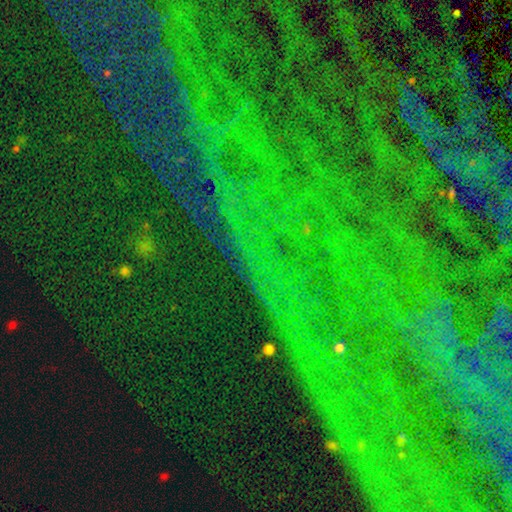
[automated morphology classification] Smooth or featured? star or artifact (83%)